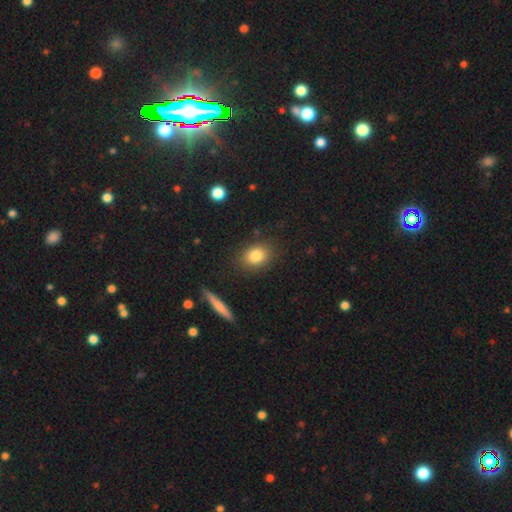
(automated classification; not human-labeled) The model was most divided on "how rounded": in between: 54%, round: 43%, cigar-shaped: 2%. More confident: merging — none (85%); smooth or featured — smooth (83%).